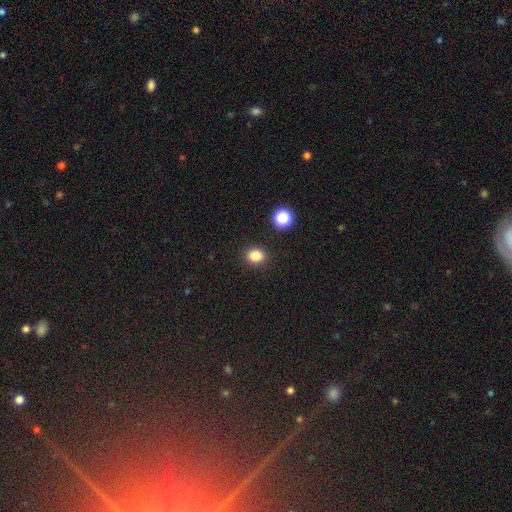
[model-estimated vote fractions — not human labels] Smooth or featured? Predicted: smooth (p=0.83). How rounded? Predicted: round (p=0.59). Merging? Predicted: none (p=0.89).